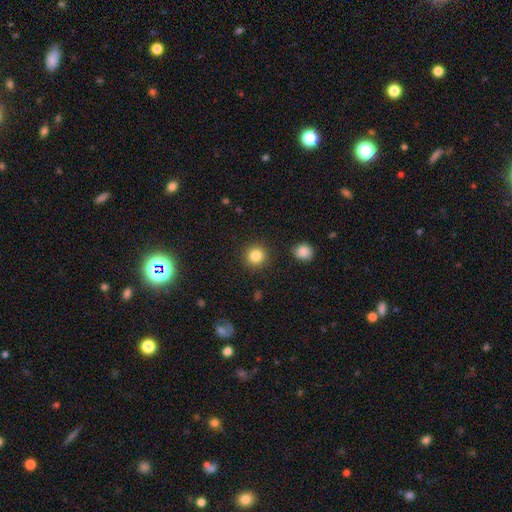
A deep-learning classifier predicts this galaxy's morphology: Smooth or featured? smooth (84%)
How rounded? round (94%)
Merging? none (90%)